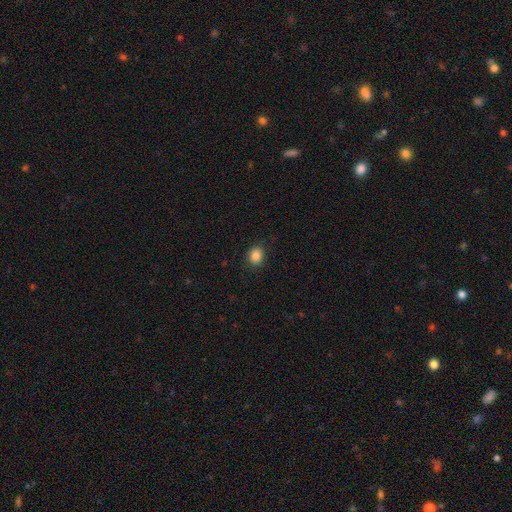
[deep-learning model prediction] Morphology: type=smooth (85%); roundness=round (67%); merging=none (89%).